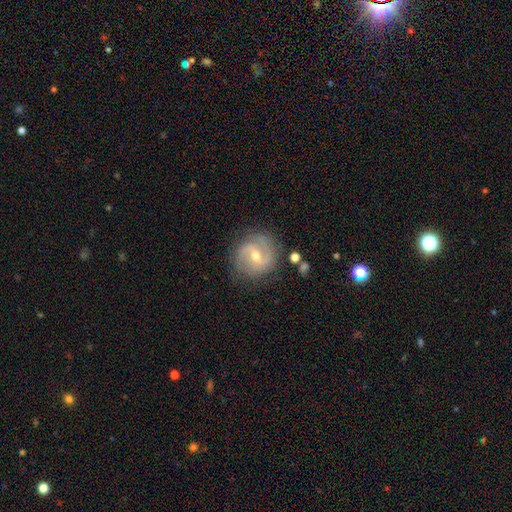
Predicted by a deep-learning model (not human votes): A featured or disk galaxy (81%) with a weak bar (54%), 2 (70%) medium (47%) spiral arms (94%) and a moderate central bulge (60%). Merging: none (77%).